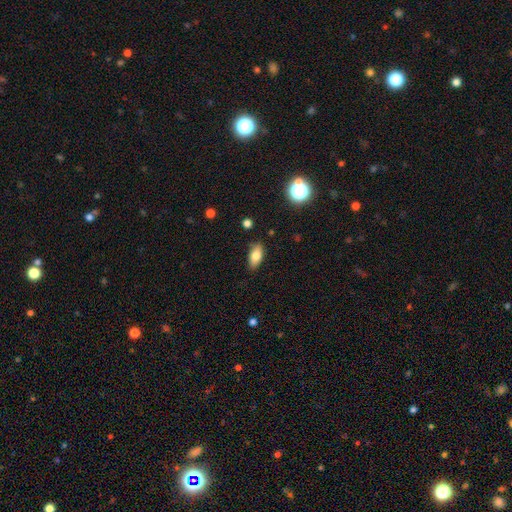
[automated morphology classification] Smooth or featured: smooth — 81% (featured or disk — 11%)
How rounded: in between — 89% (cigar-shaped — 7%)
Merging: none — 82% (minor disturbance — 14%)